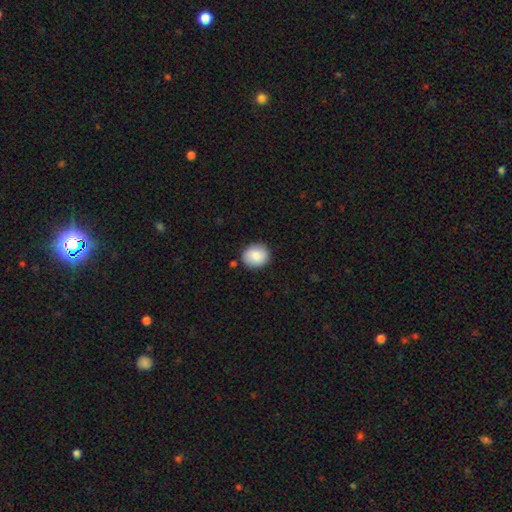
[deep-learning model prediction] smooth-or-featured: smooth: 85% | featured or disk: 8% | star or artifact: 7%
  how-rounded: round: 79% | in between: 20% | cigar-shaped: 1%
  merging: none: 87% | minor disturbance: 9% | major disturbance: 2% | merger: 2%